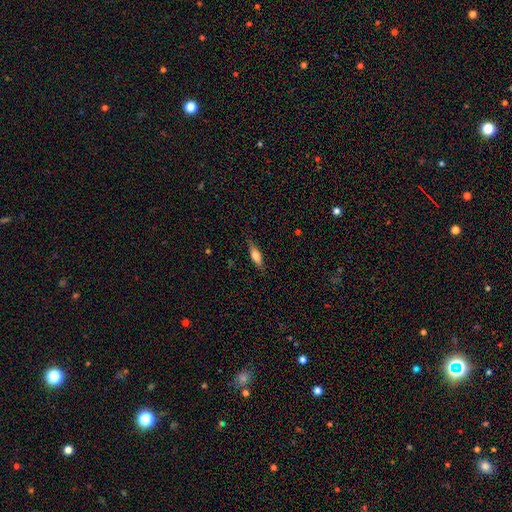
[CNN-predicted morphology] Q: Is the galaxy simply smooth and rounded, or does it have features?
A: smooth — 64%.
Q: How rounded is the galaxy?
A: in between — 50%.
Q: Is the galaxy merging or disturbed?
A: none — 80%.